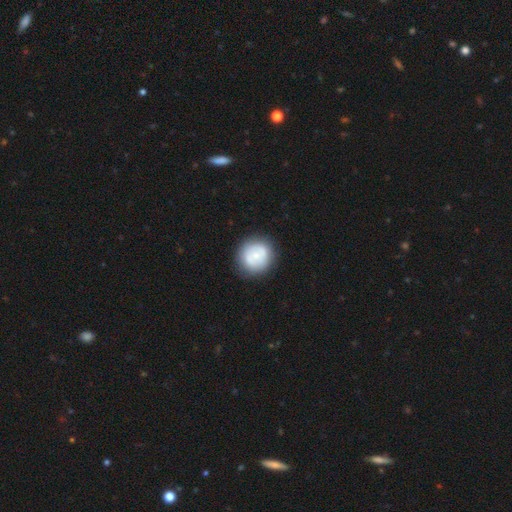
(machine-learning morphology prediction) type=smooth (58%); roundness=round (89%); merging=none (81%).